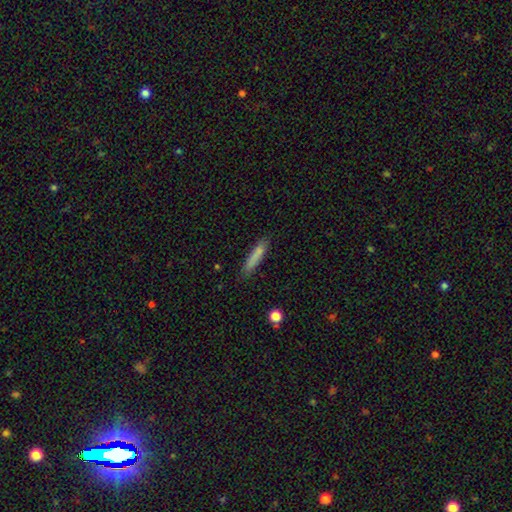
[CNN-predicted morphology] A smooth galaxy with no disk features (79%) that is cigar-shaped (89%).

Vote fractions:
- Smooth or featured? smooth: 79% / featured or disk: 13% / star or artifact: 8%
- How rounded? cigar-shaped: 89% / in between: 9% / round: 1%
- Merging? none: 82% / minor disturbance: 14% / major disturbance: 3% / merger: 2%